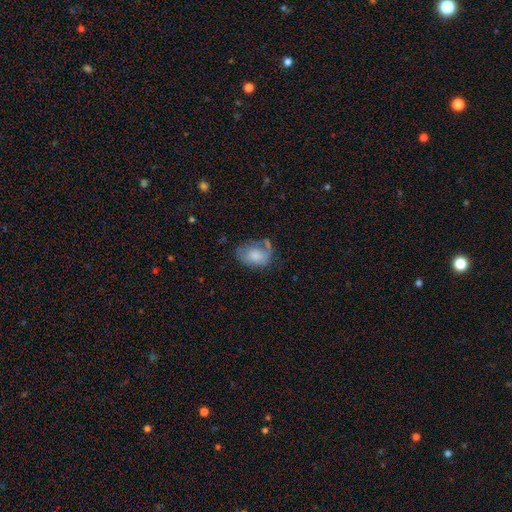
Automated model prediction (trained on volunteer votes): smooth_or_featured: smooth (p=0.68) [alt: featured or disk p=0.24]
how_rounded: in between (p=0.81) [alt: round p=0.18]
merging: none (p=0.41) [alt: minor disturbance p=0.31]